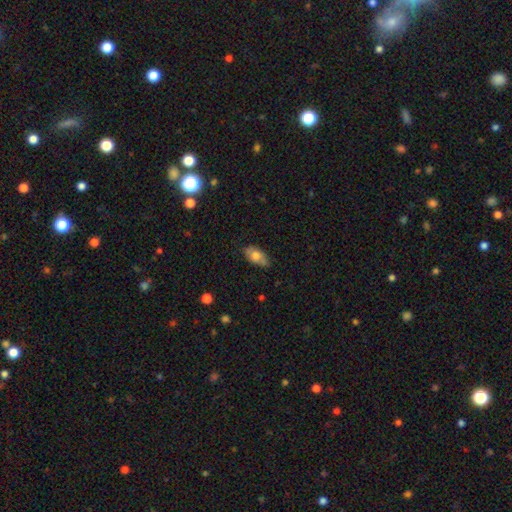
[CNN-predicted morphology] smooth 71%, featured or disk 22%, star or artifact 8%. Down the decision tree: how rounded — in between (91%); merging — none (72%).